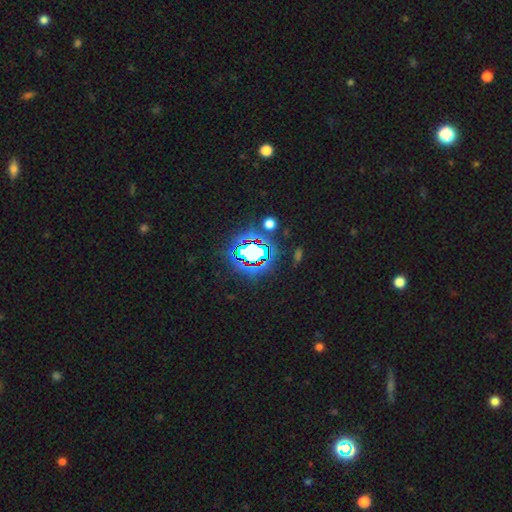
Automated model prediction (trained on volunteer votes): Smooth or featured? Predicted: star or artifact (p=0.71).